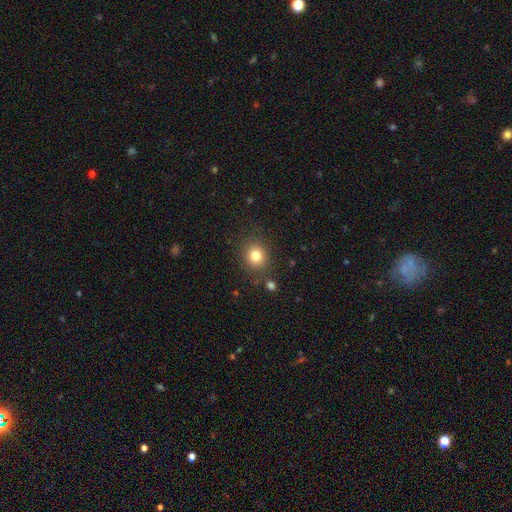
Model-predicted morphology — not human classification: smooth_or_featured: smooth (p=0.80) [alt: star or artifact p=0.12]
how_rounded: round (p=0.81) [alt: in between p=0.18]
merging: none (p=0.85) [alt: minor disturbance p=0.09]